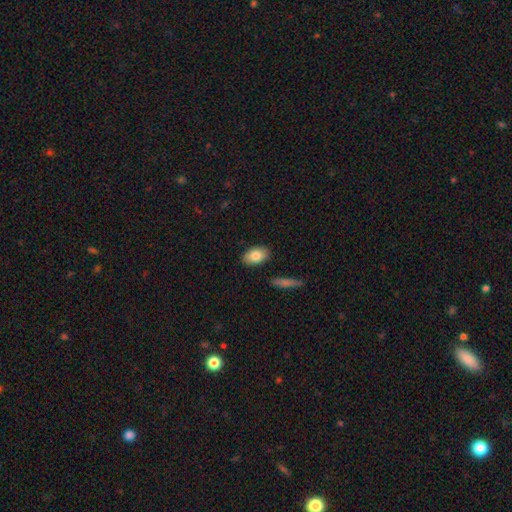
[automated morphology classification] type=smooth (82%); roundness=in between (89%); merging=none (87%).